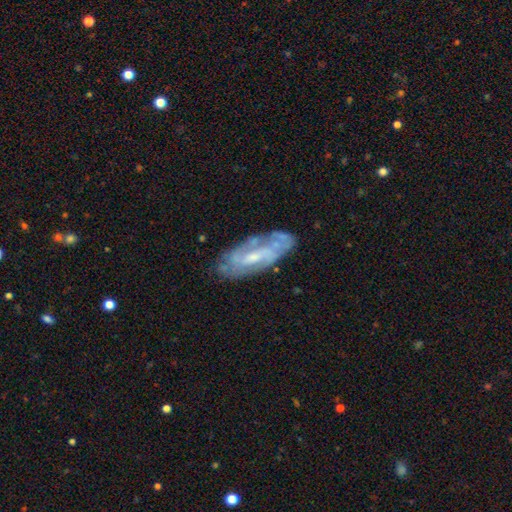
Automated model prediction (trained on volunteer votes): The model was most divided on "bar": weak: 44%, no: 40%, strong: 16%. Remaining: edge-on disk — no (86%); spiral arms — yes (73%); smooth or featured — featured or disk (71%); merging — none (67%); bulge size — small (48%).